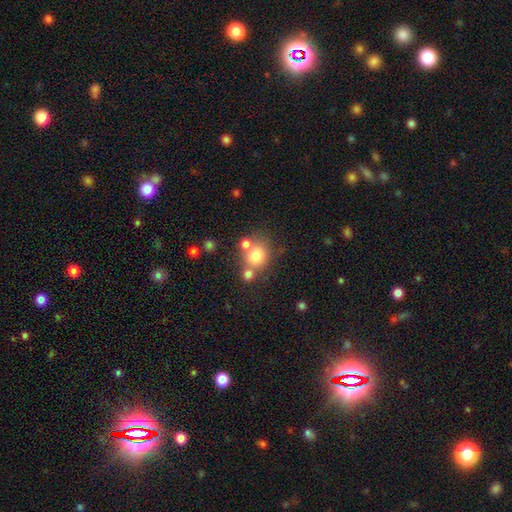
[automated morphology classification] smooth_or_featured: smooth (p=0.74) [alt: featured or disk p=0.13]
how_rounded: round (p=0.80) [alt: in between p=0.19]
merging: none (p=0.57) [alt: merger p=0.28]